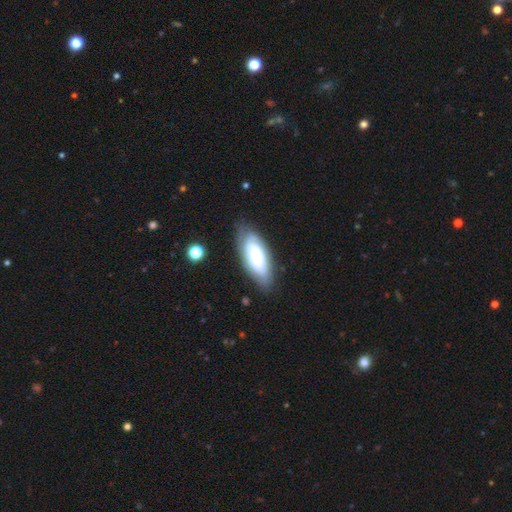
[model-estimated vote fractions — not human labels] Smooth or featured? smooth (47%)
Merging? none (73%)